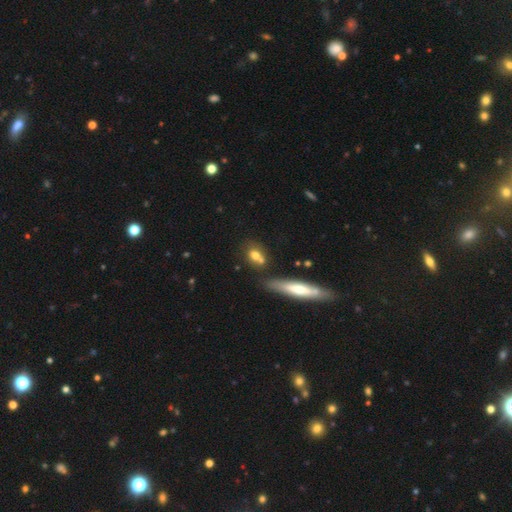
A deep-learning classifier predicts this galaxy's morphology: Smooth or featured? Predicted: smooth (p=0.71). How rounded? Predicted: in between (p=0.50). Merging? Predicted: none (p=0.50).